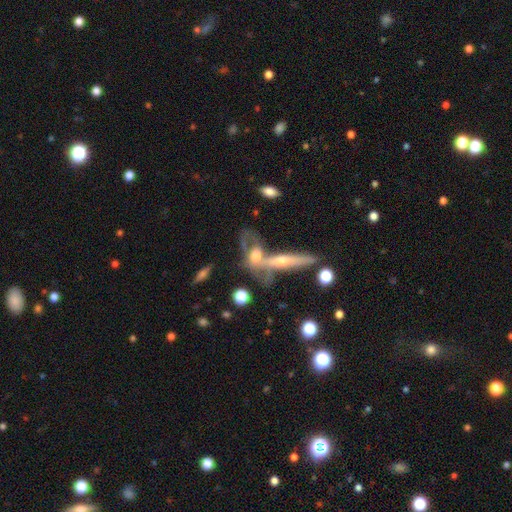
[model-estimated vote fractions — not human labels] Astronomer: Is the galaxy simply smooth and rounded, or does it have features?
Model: featured or disk — 55% (runner-up: smooth, 35%).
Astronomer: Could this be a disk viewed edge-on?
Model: yes — 51% (runner-up: no, 49%).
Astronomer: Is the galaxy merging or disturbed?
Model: merger — 51% (runner-up: none, 27%).